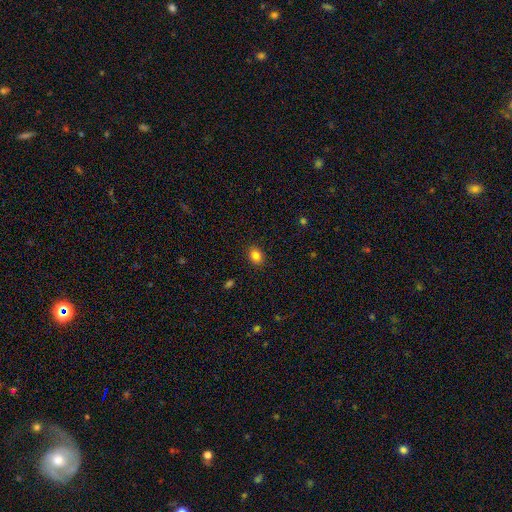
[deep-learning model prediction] Morphology: type=smooth (84%); roundness=in between (53%); merging=none (89%).